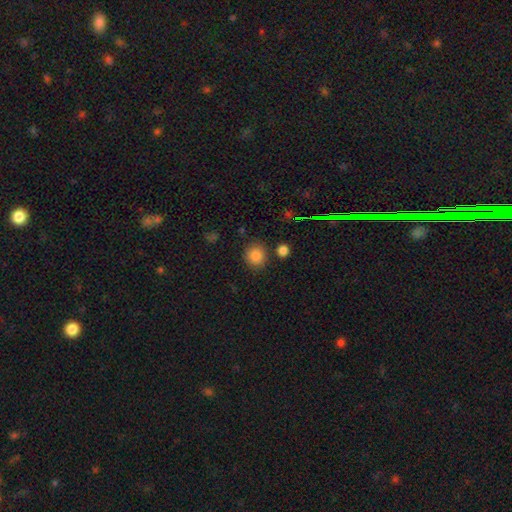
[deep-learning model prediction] A smooth galaxy with no disk features (84%) that is round (83%). Merging: none (82%).